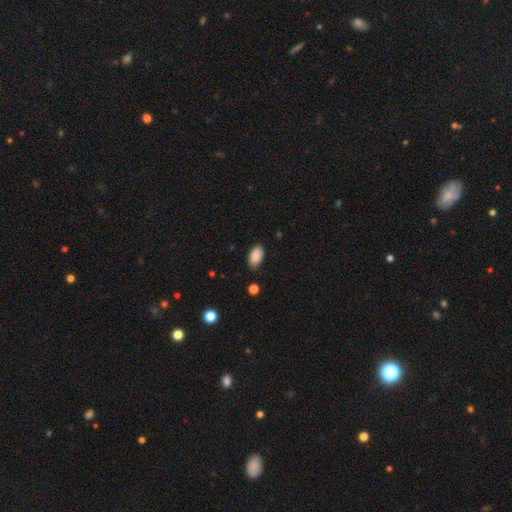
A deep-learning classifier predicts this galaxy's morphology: Smooth or featured?
  - smooth: 88% *
  - star or artifact: 8%
  - featured or disk: 4%
How rounded?
  - in between: 94% *
  - round: 4%
  - cigar-shaped: 2%
Merging?
  - none: 79% *
  - minor disturbance: 17%
  - major disturbance: 3%
  - merger: 2%